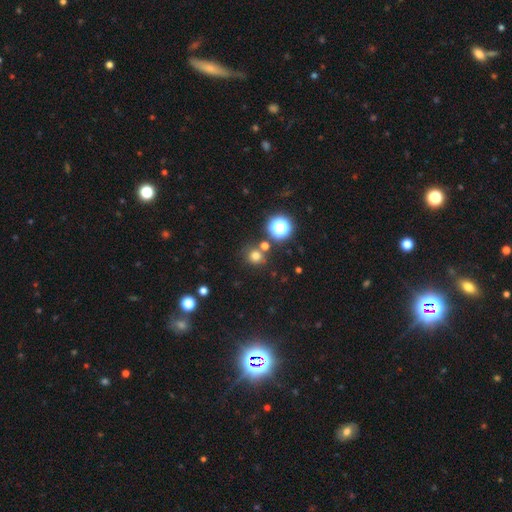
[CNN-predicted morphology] Q: Smooth or featured?
A: smooth (72%); runner-up: star or artifact (22%)
Q: How rounded?
A: round (89%); runner-up: in between (10%)
Q: Merging?
A: none (76%); runner-up: merger (12%)